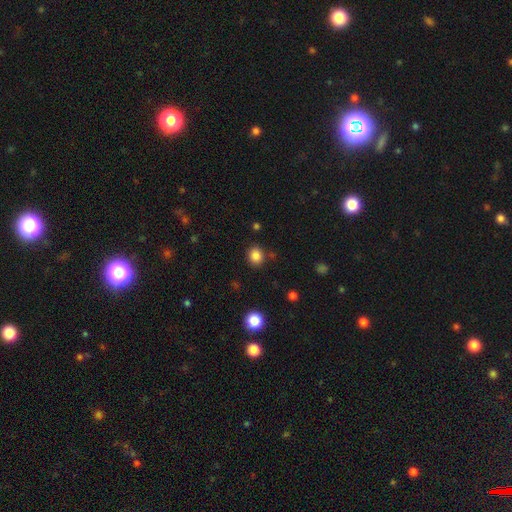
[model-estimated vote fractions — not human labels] This appears to be a smooth galaxy with no disk features (85%) that is round (75%). Merging: none (86%).